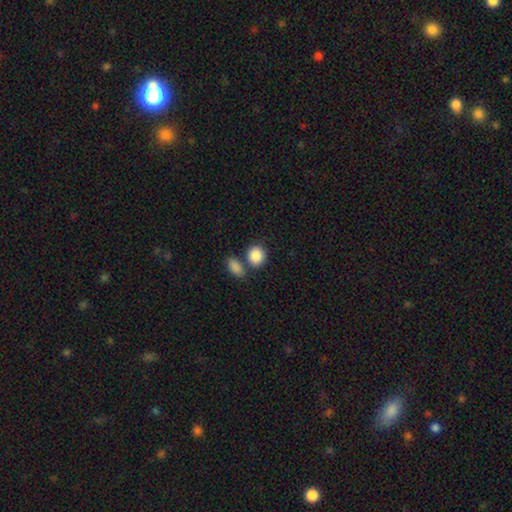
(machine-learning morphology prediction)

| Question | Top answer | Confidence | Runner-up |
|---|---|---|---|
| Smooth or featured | smooth | 88% | star or artifact (7%) |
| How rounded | round | 67% | in between (32%) |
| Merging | none | 61% | merger (25%) |